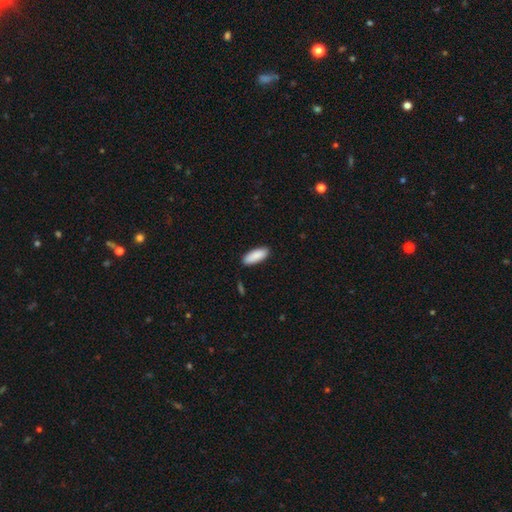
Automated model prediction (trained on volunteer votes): A smooth galaxy with no disk features (90%) that is in between round and cigar-shaped (73%). Merging: none (88%).